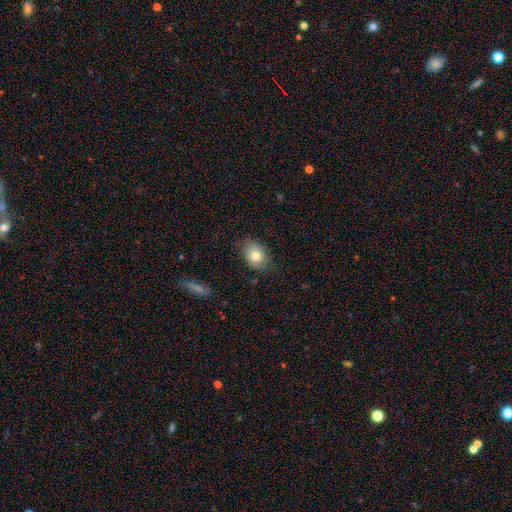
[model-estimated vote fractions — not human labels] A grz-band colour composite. It shows a smooth galaxy with no disk features (80%) that is in between round and cigar-shaped (72%). Merging: none (76%).